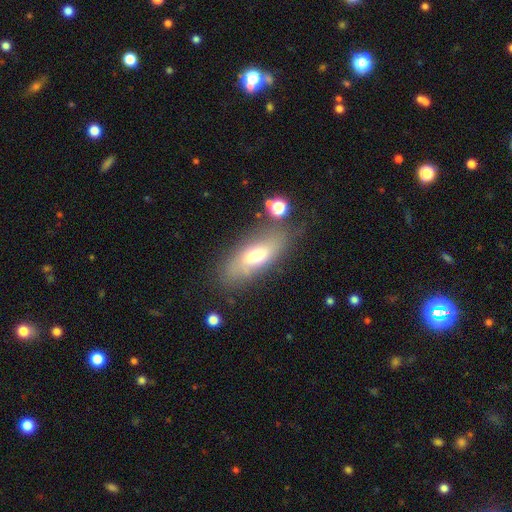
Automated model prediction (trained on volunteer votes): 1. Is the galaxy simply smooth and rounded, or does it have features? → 57% smooth, 34% featured or disk, 9% star or artifact.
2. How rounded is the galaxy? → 69% in between, 28% cigar-shaped, 3% round.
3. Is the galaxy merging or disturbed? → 69% none, 19% minor disturbance, 7% major disturbance, 6% merger.